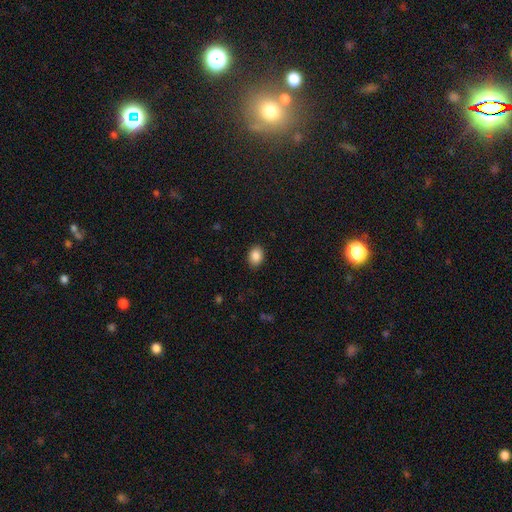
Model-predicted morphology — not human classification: type=smooth (88%); roundness=in between (66%); merging=none (88%).